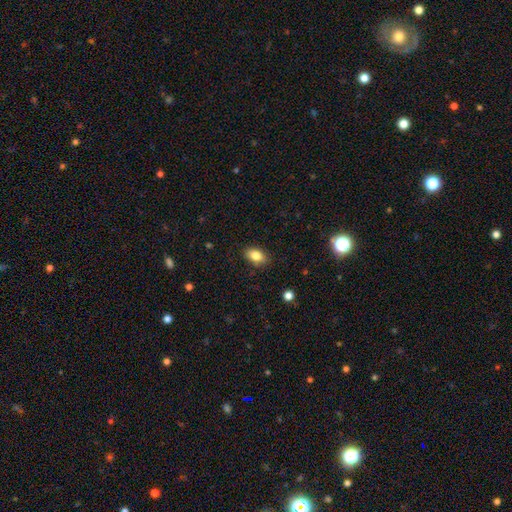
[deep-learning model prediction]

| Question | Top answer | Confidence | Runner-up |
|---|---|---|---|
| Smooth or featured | smooth | 82% | featured or disk (9%) |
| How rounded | in between | 87% | round (10%) |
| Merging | none | 86% | minor disturbance (11%) |